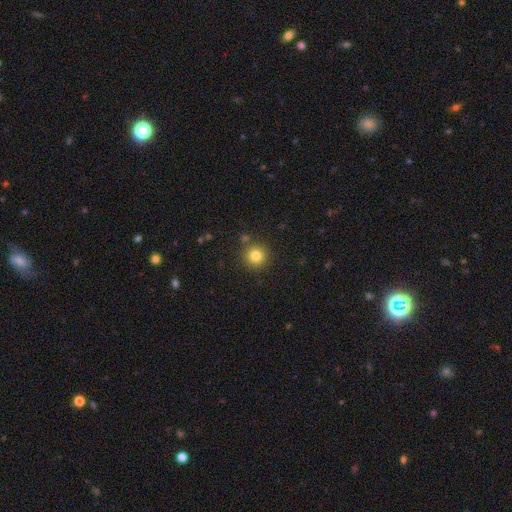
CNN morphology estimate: smooth 81%, star or artifact 13%, featured or disk 7%. Down the decision tree: how rounded — round (95%); merging — none (86%).